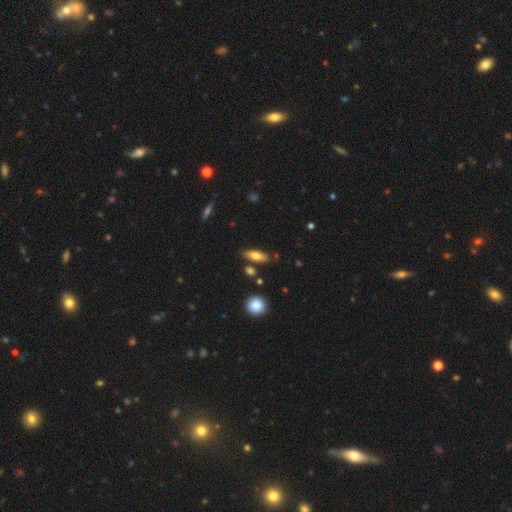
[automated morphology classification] smooth-or-featured: smooth: 69% | featured or disk: 24% | star or artifact: 7%
  how-rounded: in between: 55% | cigar-shaped: 41% | round: 3%
  merging: none: 80% | minor disturbance: 12% | merger: 5% | major disturbance: 3%